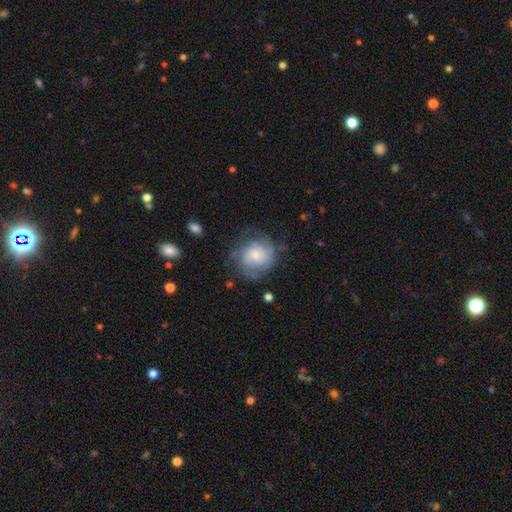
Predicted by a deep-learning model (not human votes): Q: Smooth or featured?
A: featured or disk (50%); runner-up: smooth (43%)
Q: Merging?
A: none (59%); runner-up: minor disturbance (23%)